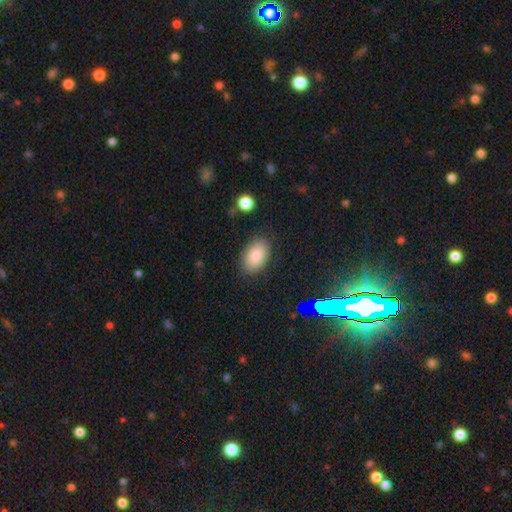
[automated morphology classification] A smooth galaxy with no disk features (85%) that is in between round and cigar-shaped (91%).

Vote fractions:
- Smooth or featured? smooth: 85% / star or artifact: 8% / featured or disk: 7%
- How rounded? in between: 91% / round: 8% / cigar-shaped: 1%
- Merging? none: 83% / minor disturbance: 12% / major disturbance: 3% / merger: 2%